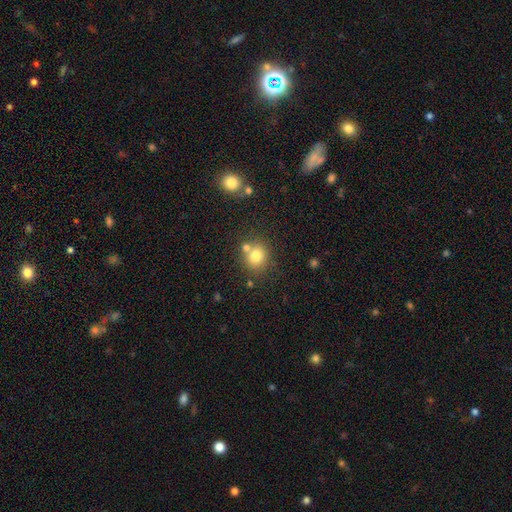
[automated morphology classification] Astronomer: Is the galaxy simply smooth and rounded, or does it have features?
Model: smooth — 77%.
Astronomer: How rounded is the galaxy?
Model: round — 84%.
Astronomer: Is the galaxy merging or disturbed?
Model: none — 66%.